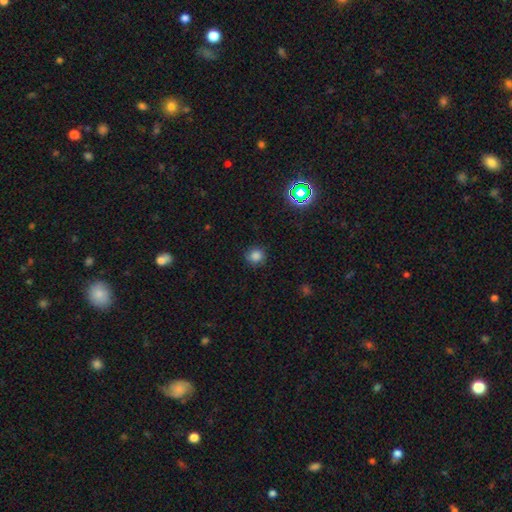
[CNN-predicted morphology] smooth 81%, star or artifact 15%, featured or disk 5%. Down the decision tree: how rounded — round (89%); merging — none (83%).